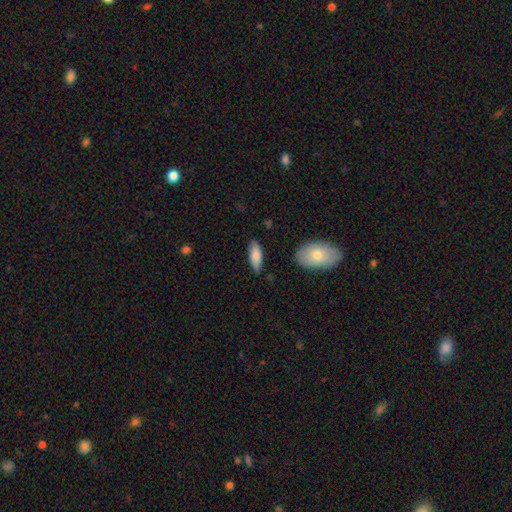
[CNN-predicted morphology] Smooth or featured: smooth — 81% (featured or disk — 14%)
How rounded: in between — 69% (cigar-shaped — 29%)
Merging: none — 83% (minor disturbance — 12%)